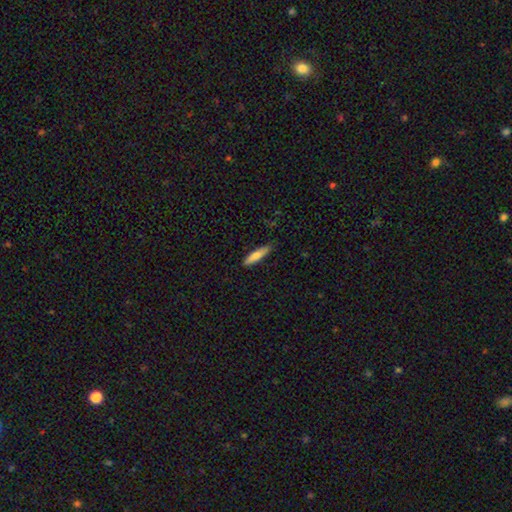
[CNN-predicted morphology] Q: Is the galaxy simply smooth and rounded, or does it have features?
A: smooth — 73%.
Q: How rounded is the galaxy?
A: cigar-shaped — 82%.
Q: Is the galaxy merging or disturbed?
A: none — 87%.